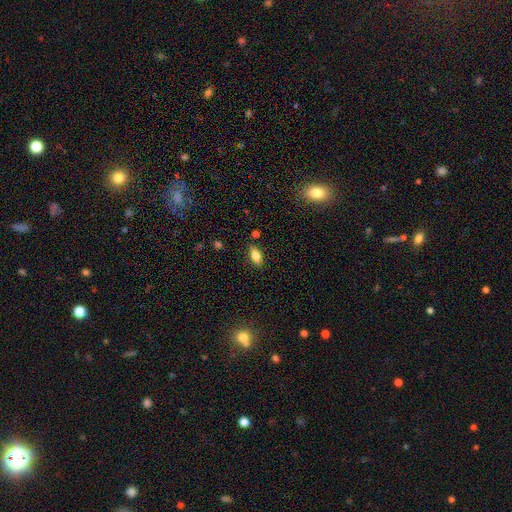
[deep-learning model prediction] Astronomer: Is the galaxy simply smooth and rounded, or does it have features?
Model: smooth — 72%.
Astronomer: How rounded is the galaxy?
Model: in between — 84%.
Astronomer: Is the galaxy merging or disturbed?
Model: none — 85%.